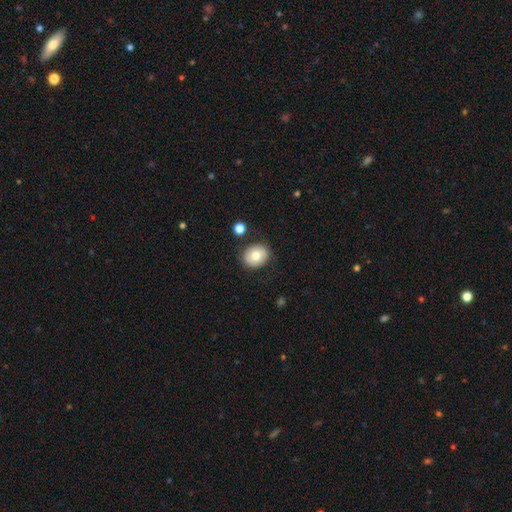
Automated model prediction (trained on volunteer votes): This is likely a smooth galaxy (73%). How rounded: likely round (72%). Merging: clearly none (84%).